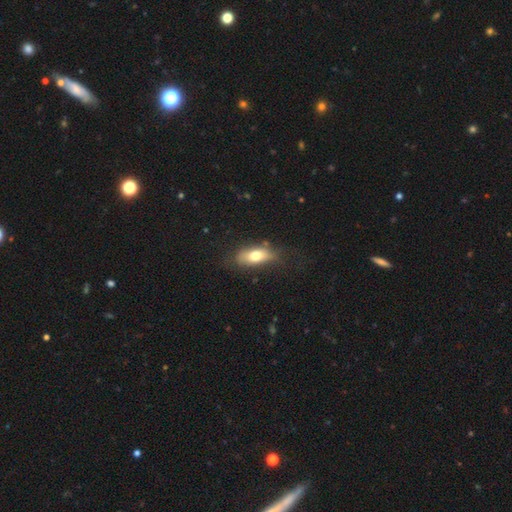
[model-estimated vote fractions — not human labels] Smooth or featured? Predicted: smooth (p=0.71). How rounded? Predicted: in between (p=0.80). Merging? Predicted: none (p=0.64).